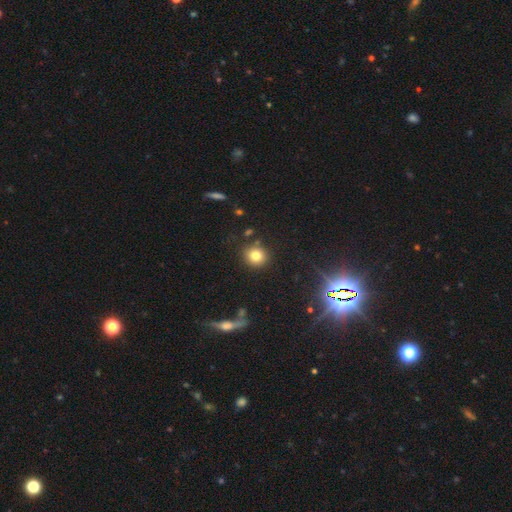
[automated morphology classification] This is likely a smooth galaxy (79%). How rounded: clearly round (89%). Merging: clearly none (84%).